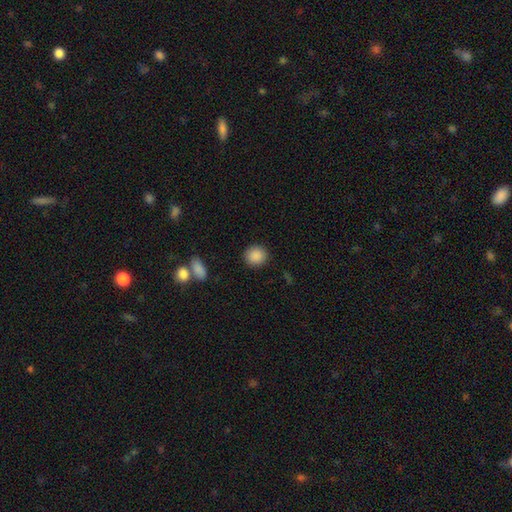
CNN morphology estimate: Q: Smooth or featured?
A: smooth (89%); runner-up: star or artifact (8%)
Q: How rounded?
A: round (82%); runner-up: in between (17%)
Q: Merging?
A: none (89%); runner-up: minor disturbance (7%)